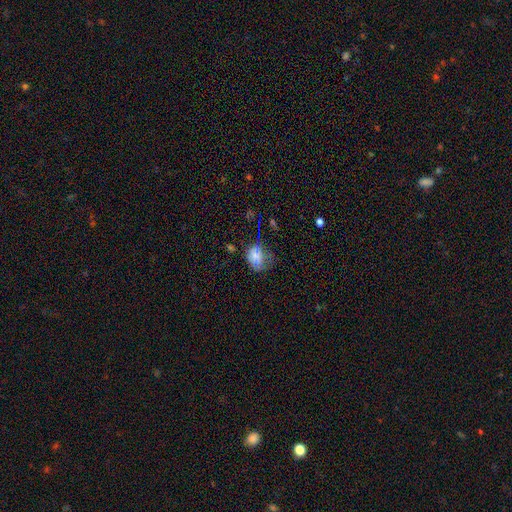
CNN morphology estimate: type=smooth (67%); roundness=in between (60%); merging=none (47%).